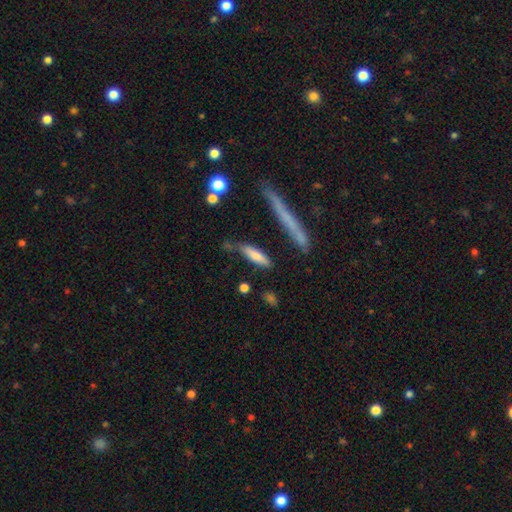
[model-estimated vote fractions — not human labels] This appears to be a smooth galaxy with no disk features (72%) that is cigar-shaped (64%). Merging: none (65%).